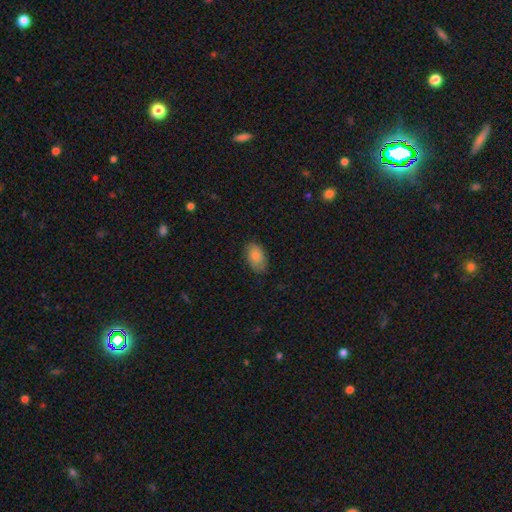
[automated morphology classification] type=smooth (82%); roundness=in between (90%); merging=none (76%).